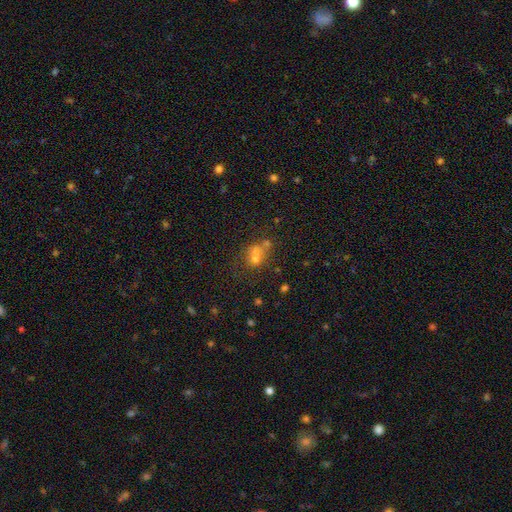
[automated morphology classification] Smooth or featured? Predicted: smooth (p=0.59). How rounded? Predicted: in between (p=0.53). Merging? Predicted: merger (p=0.36).